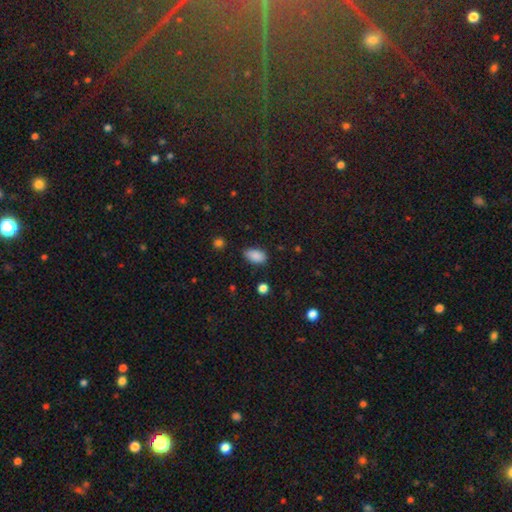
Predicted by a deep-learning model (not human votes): smooth_or_featured: smooth (p=0.87) [alt: star or artifact p=0.09]
how_rounded: in between (p=0.92) [alt: round p=0.06]
merging: none (p=0.78) [alt: minor disturbance p=0.17]